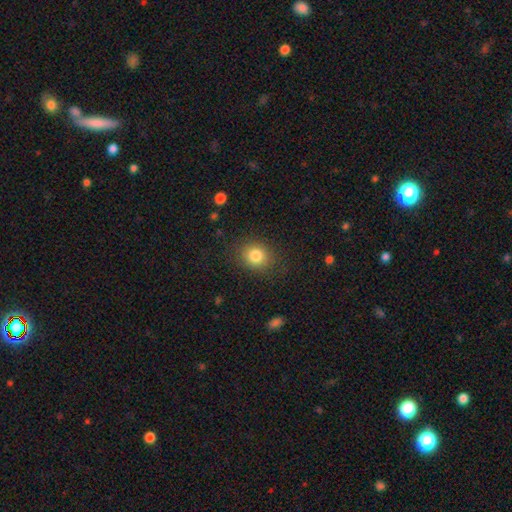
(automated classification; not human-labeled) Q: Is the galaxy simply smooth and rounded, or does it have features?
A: smooth — 83%.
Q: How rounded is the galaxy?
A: round — 67%.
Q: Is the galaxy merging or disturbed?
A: none — 84%.